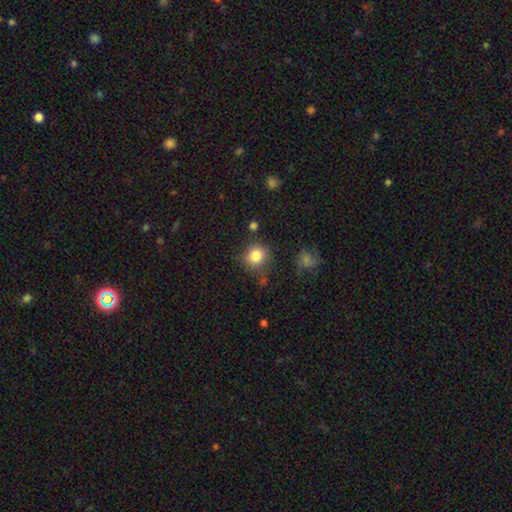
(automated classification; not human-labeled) Morphology: type=smooth (83%); roundness=round (87%); merging=none (77%).